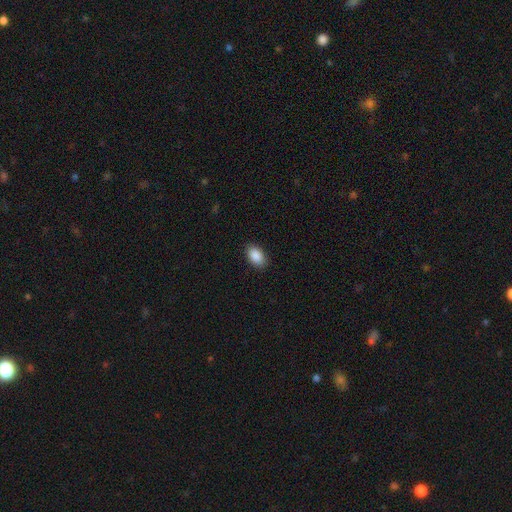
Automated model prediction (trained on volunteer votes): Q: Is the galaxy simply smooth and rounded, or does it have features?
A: smooth — 90%.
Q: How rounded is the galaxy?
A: in between — 91%.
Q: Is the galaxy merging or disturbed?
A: none — 88%.